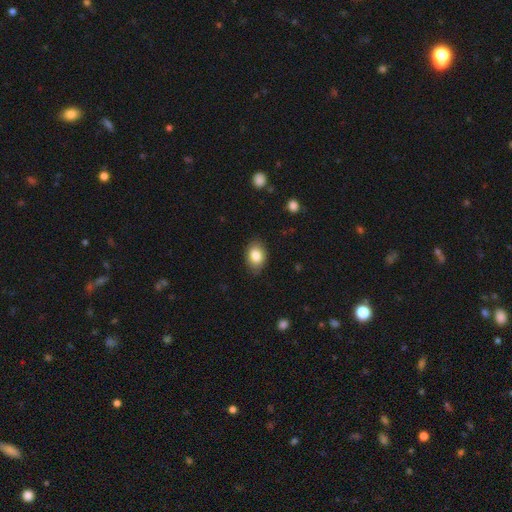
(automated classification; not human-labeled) Q: Smooth or featured?
A: smooth (84%); runner-up: star or artifact (8%)
Q: How rounded?
A: in between (77%); runner-up: round (22%)
Q: Merging?
A: none (82%); runner-up: minor disturbance (14%)